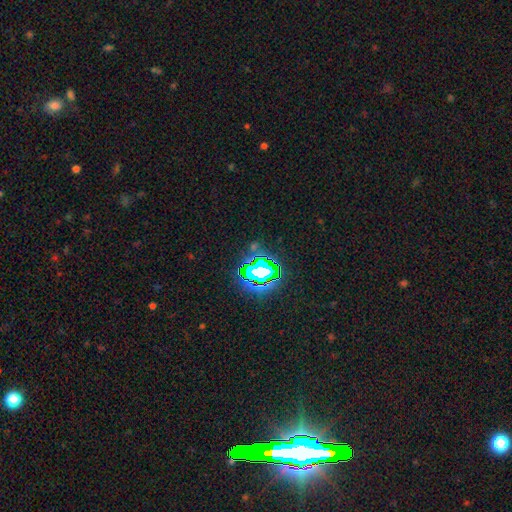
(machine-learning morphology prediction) Smooth or featured? Predicted: star or artifact (p=0.80).